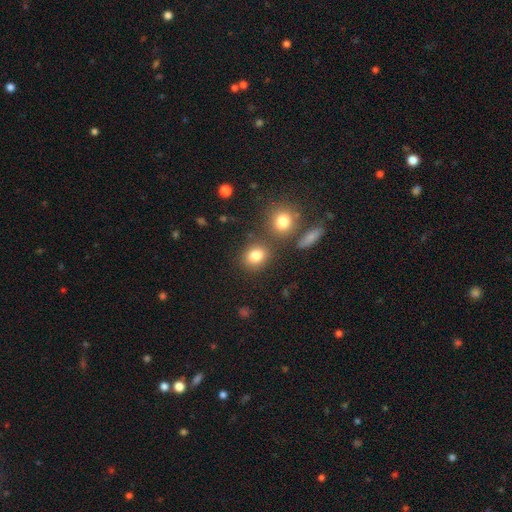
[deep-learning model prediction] A smooth galaxy with no disk features (81%) that is round (60%).

Vote fractions:
- Smooth or featured? smooth: 81% / star or artifact: 12% / featured or disk: 7%
- How rounded? round: 60% / in between: 38% / cigar-shaped: 1%
- Merging? none: 73% / merger: 13% / minor disturbance: 10% / major disturbance: 4%